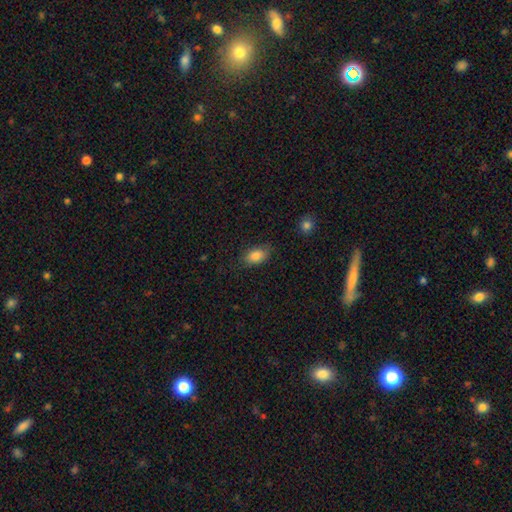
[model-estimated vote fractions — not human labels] smooth-or-featured: smooth: 86% | star or artifact: 8% | featured or disk: 6%
  how-rounded: in between: 90% | round: 8% | cigar-shaped: 2%
  merging: none: 77% | minor disturbance: 17% | major disturbance: 5% | merger: 1%